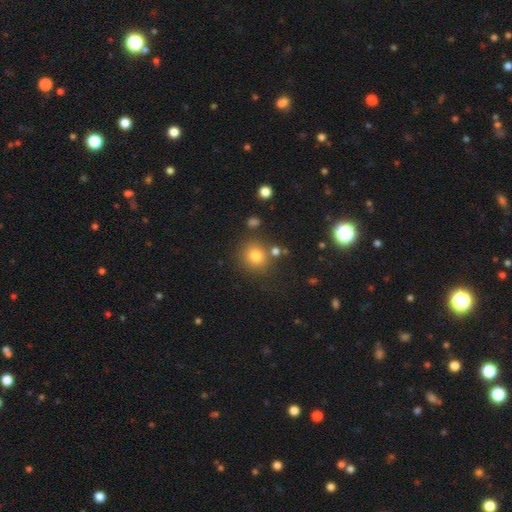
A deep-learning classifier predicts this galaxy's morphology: Q: Smooth or featured?
A: smooth (80%); runner-up: star or artifact (13%)
Q: How rounded?
A: round (86%); runner-up: in between (13%)
Q: Merging?
A: none (77%); runner-up: minor disturbance (11%)